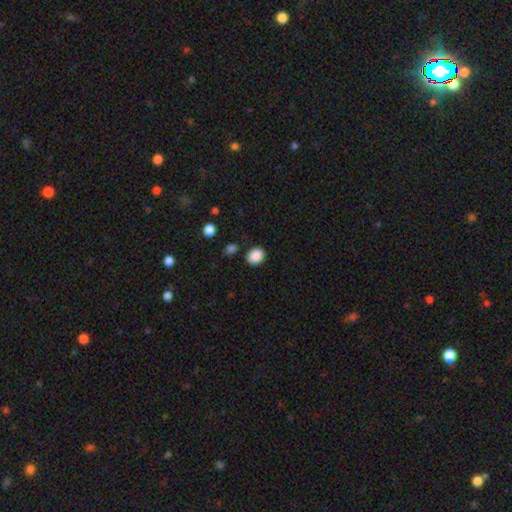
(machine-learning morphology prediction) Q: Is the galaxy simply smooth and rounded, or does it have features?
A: smooth — 88%.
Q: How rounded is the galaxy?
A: round — 65%.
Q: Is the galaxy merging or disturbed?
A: none — 84%.